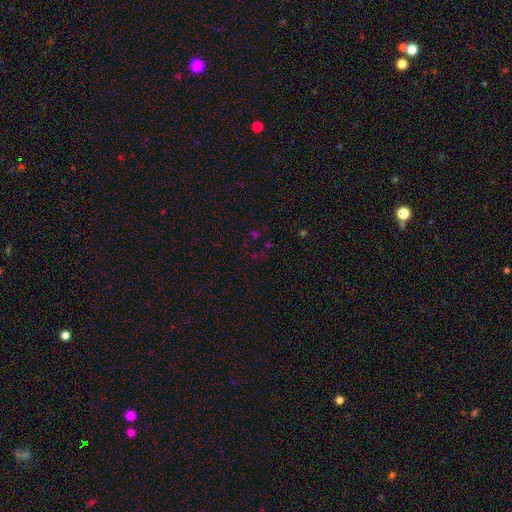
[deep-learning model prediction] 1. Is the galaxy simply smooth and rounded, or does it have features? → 61% star or artifact, 30% smooth, 9% featured or disk.